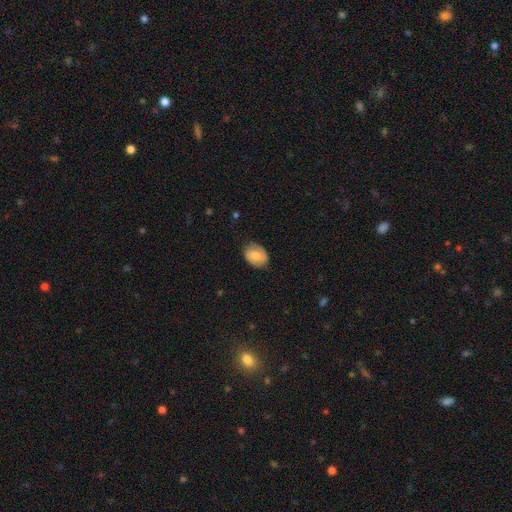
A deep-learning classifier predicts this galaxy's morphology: Smooth or featured? Predicted: smooth (p=0.59). How rounded? Predicted: in between (p=0.64). Merging? Predicted: none (p=0.74).